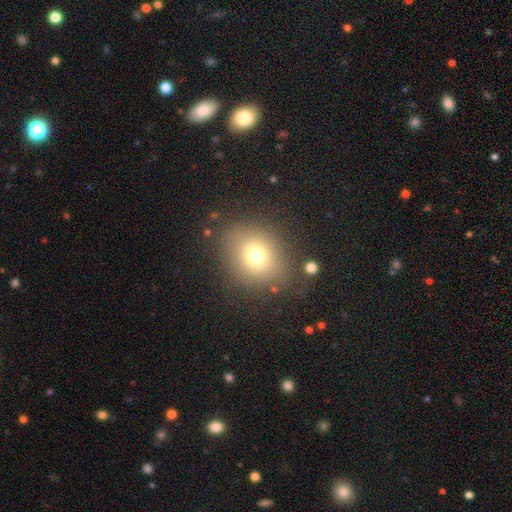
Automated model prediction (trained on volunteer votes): smooth 72%, star or artifact 15%, featured or disk 13%. Down the decision tree: how rounded — round (67%); merging — none (80%).